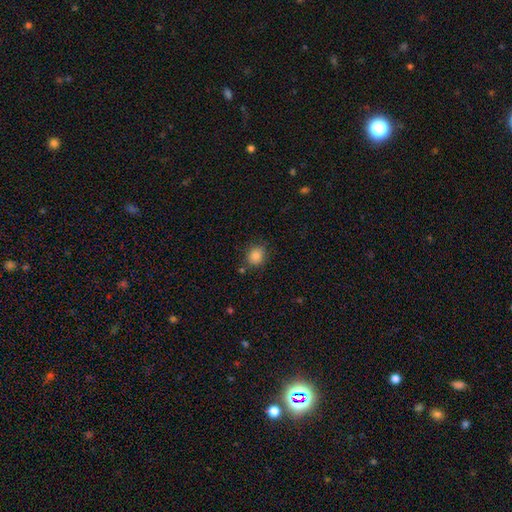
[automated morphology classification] smooth 85%, star or artifact 10%, featured or disk 5%. Down the decision tree: how rounded — round (68%); merging — none (79%).